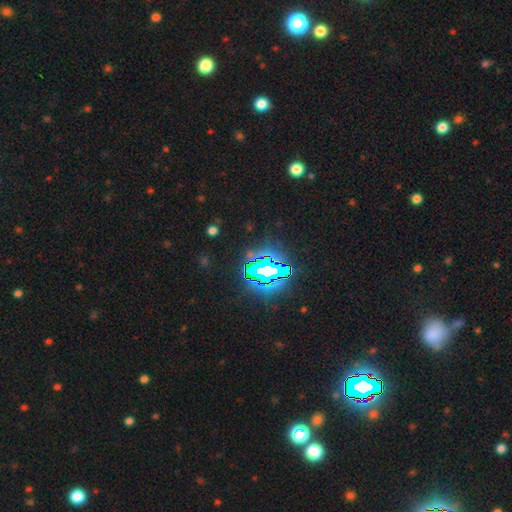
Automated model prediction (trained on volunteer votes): Smooth or featured: star or artifact — 81% (smooth — 11%)